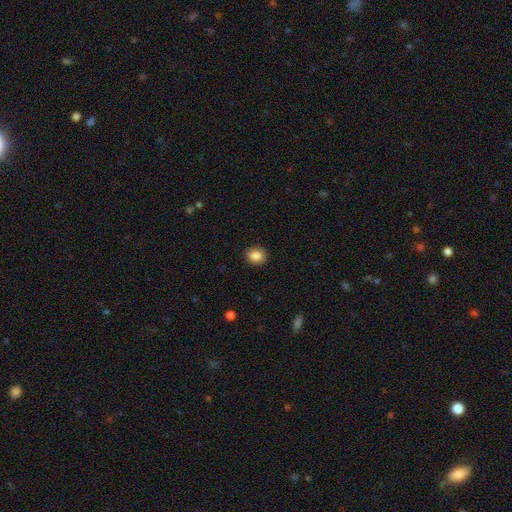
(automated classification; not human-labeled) This appears to be a smooth galaxy with no disk features (86%) that is round (67%). Merging: none (91%).